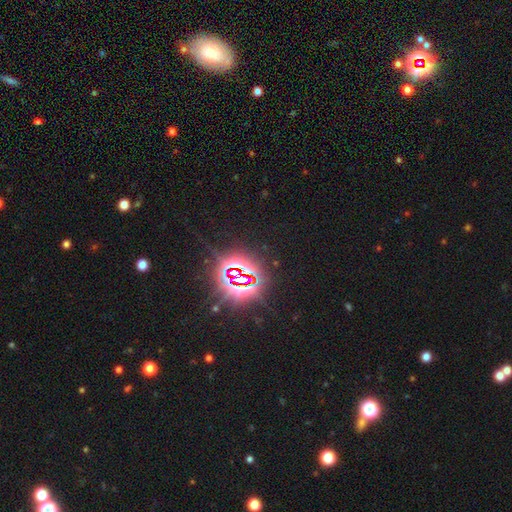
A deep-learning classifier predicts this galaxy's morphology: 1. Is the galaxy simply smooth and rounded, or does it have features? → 82% star or artifact, 10% smooth, 8% featured or disk.